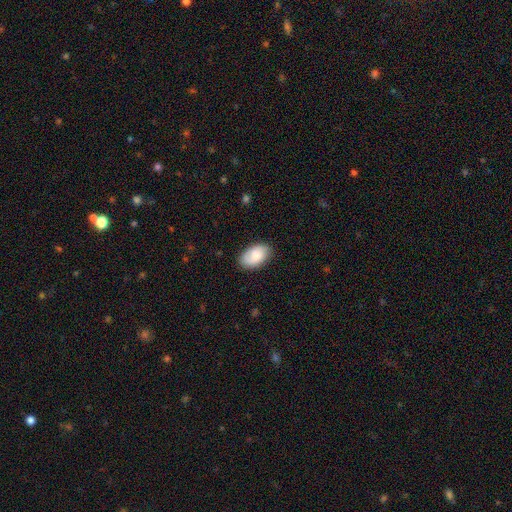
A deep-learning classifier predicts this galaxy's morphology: Smooth or featured? smooth (79%)
How rounded? in between (93%)
Merging? none (82%)